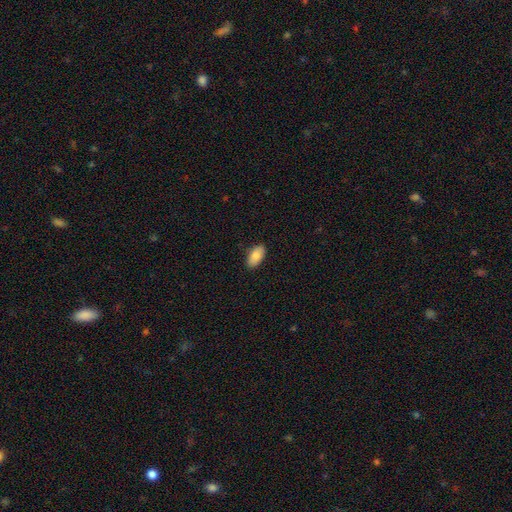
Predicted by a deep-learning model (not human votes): Overall: smooth (84%). How rounded: in between (94%). Merging: none (89%).